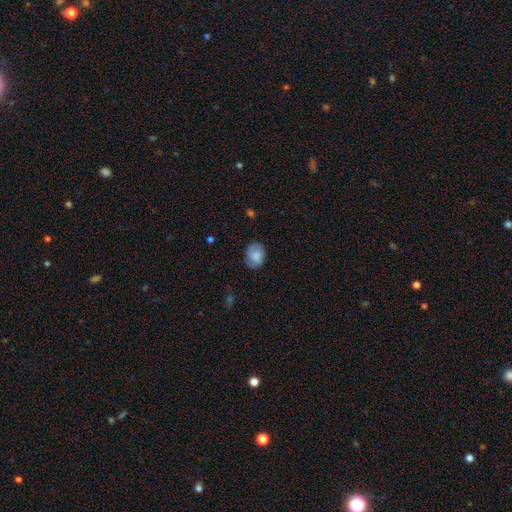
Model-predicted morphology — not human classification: smooth_or_featured: smooth (p=0.81) [alt: featured or disk p=0.12]
how_rounded: in between (p=0.58) [alt: round p=0.41]
merging: none (p=0.77) [alt: minor disturbance p=0.18]